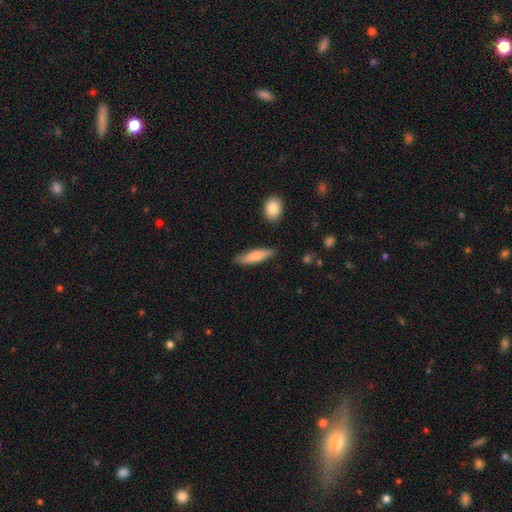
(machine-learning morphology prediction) A smooth galaxy with no disk features (75%) that is cigar-shaped (70%). Merging: none (82%).